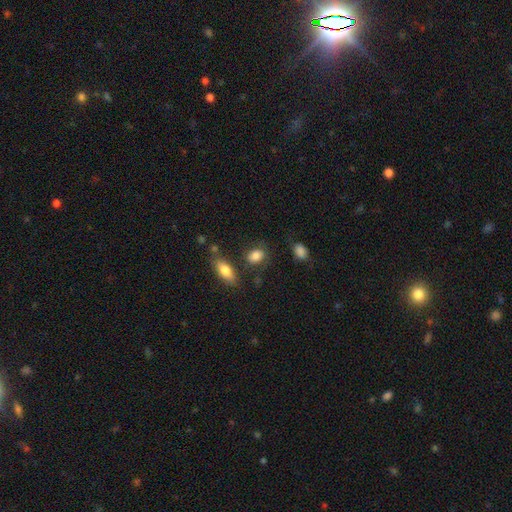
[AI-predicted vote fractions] Overall: smooth (84%). How rounded: in between (70%). Merging: none (70%).